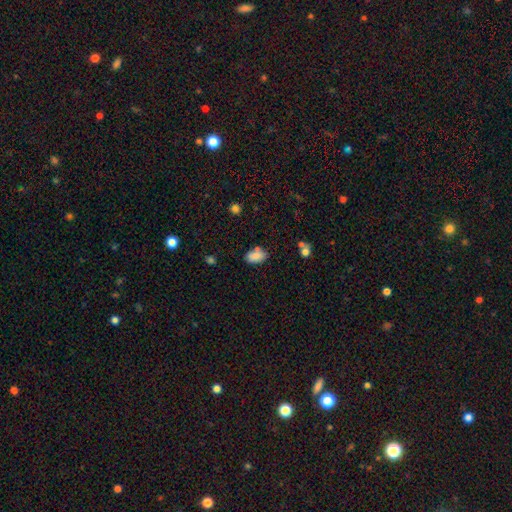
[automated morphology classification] Smooth or featured?
  - smooth: 84% *
  - star or artifact: 9%
  - featured or disk: 8%
How rounded?
  - in between: 92% *
  - round: 6%
  - cigar-shaped: 2%
Merging?
  - none: 70% *
  - minor disturbance: 17%
  - merger: 9%
  - major disturbance: 4%